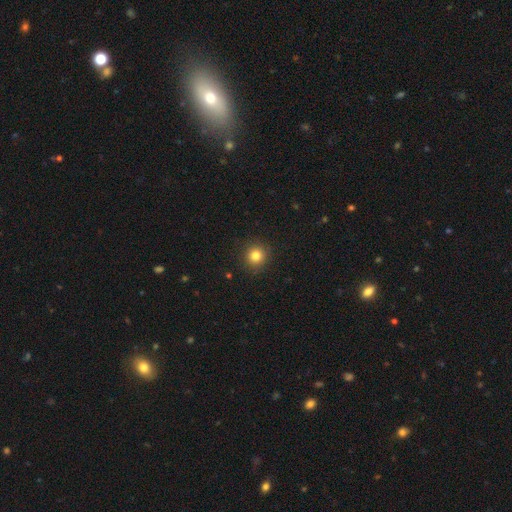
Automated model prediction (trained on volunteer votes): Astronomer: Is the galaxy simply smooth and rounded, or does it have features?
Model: smooth — 81%.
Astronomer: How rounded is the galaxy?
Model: round — 93%.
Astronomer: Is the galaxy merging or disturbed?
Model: none — 91%.